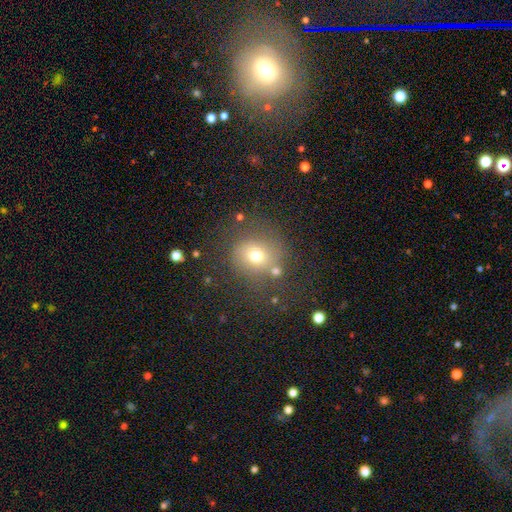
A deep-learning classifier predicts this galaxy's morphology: A smooth galaxy with no disk features (69%) that is round (82%).

Vote fractions:
- Smooth or featured? smooth: 69% / star or artifact: 17% / featured or disk: 15%
- How rounded? round: 82% / in between: 17% / cigar-shaped: 1%
- Merging? none: 68% / minor disturbance: 15% / major disturbance: 8% / merger: 8%